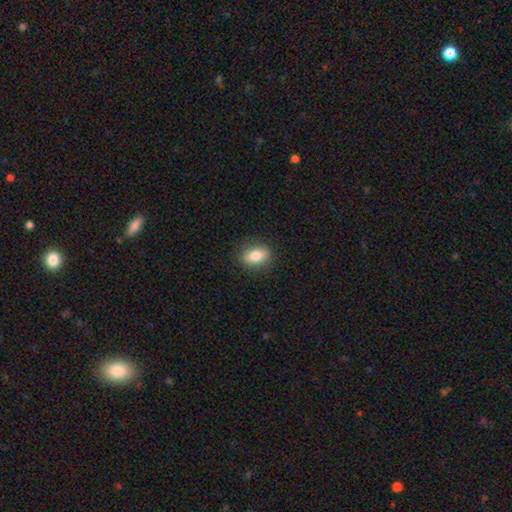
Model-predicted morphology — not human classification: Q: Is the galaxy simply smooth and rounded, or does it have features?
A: smooth — 79%.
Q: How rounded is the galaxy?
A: in between — 81%.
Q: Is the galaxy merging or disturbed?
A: none — 86%.